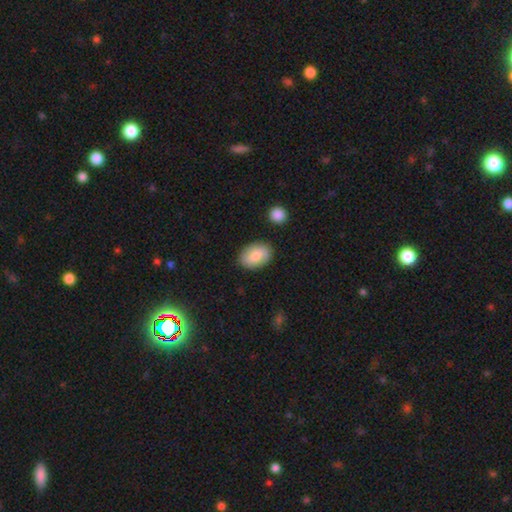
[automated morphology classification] The model was most divided on "smooth or featured": smooth: 77%, featured or disk: 17%, star or artifact: 6%. More confident: how rounded — in between (86%); merging — none (85%).